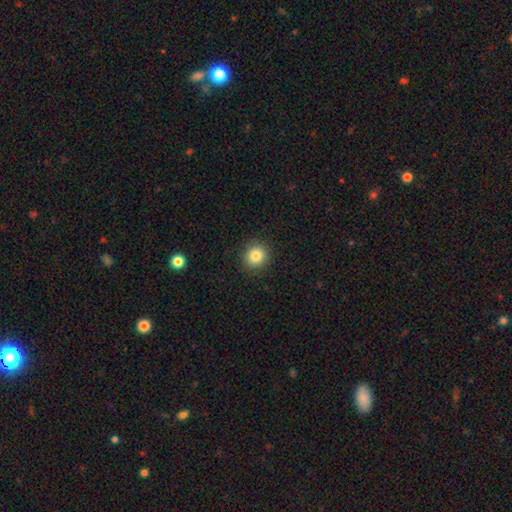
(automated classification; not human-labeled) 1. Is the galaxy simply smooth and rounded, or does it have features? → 83% smooth, 10% star or artifact, 6% featured or disk.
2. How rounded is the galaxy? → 87% round, 12% in between, 1% cigar-shaped.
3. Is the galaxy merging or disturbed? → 91% none, 6% minor disturbance, 2% major disturbance, 1% merger.